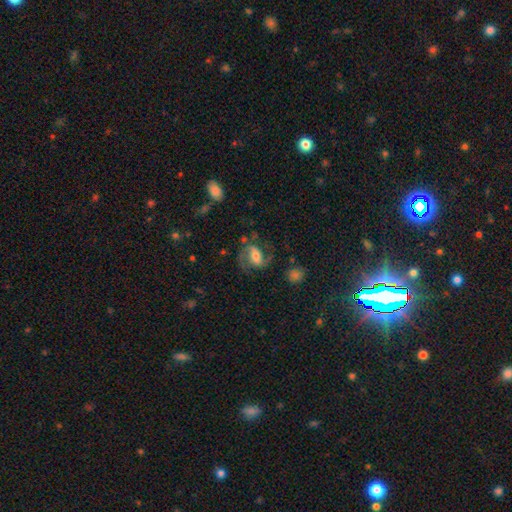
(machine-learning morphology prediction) type=featured or disk (71%); edge-on=no (95%); bar=strong (42%); spiral arms=yes (90%); winding=medium (52%); arm count=2 (88%); bulge=moderate (55%); merging=none (64%).